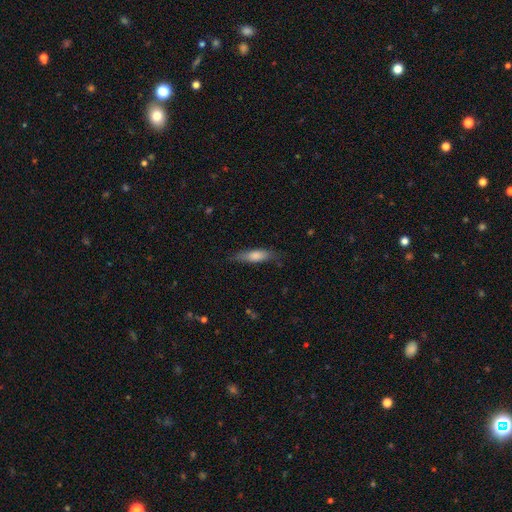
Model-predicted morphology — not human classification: A smooth galaxy with no disk features (72%) that is cigar-shaped (58%).

Vote fractions:
- Smooth or featured? smooth: 72% / featured or disk: 22% / star or artifact: 6%
- How rounded? cigar-shaped: 58% / in between: 40% / round: 2%
- Merging? none: 74% / minor disturbance: 19% / major disturbance: 5% / merger: 1%